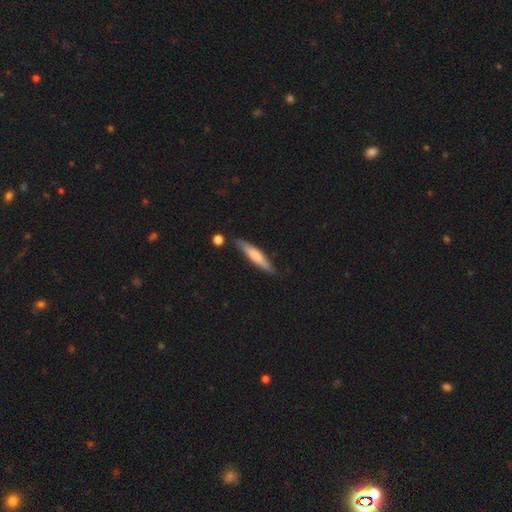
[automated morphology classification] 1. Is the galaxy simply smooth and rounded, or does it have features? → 63% smooth, 31% featured or disk, 6% star or artifact.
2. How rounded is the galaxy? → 86% cigar-shaped, 13% in between, 1% round.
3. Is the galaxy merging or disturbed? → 77% none, 16% minor disturbance, 4% merger, 3% major disturbance.